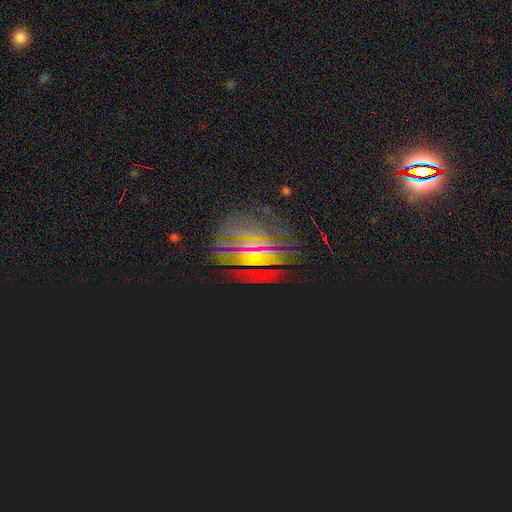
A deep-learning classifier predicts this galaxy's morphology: This appears to be a star or artifact, not a galaxy (68%).